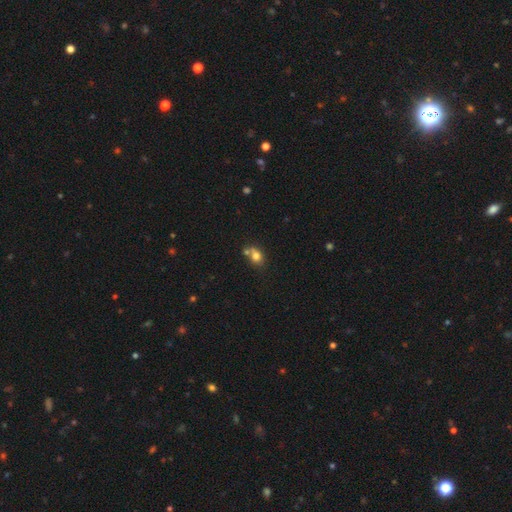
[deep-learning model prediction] The model was most divided on "how rounded": round: 53%, in between: 45%, cigar-shaped: 1%. Remaining: smooth or featured — smooth (76%); merging — none (45%).